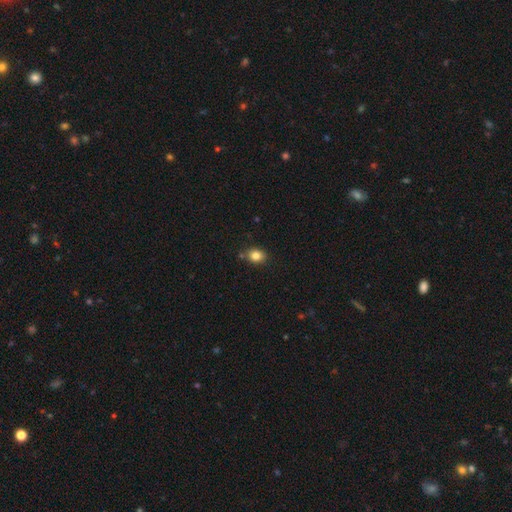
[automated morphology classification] Smooth or featured?
  - smooth: 84% *
  - star or artifact: 10%
  - featured or disk: 6%
How rounded?
  - in between: 55% *
  - round: 44%
  - cigar-shaped: 1%
Merging?
  - none: 80% *
  - minor disturbance: 12%
  - merger: 5%
  - major disturbance: 3%